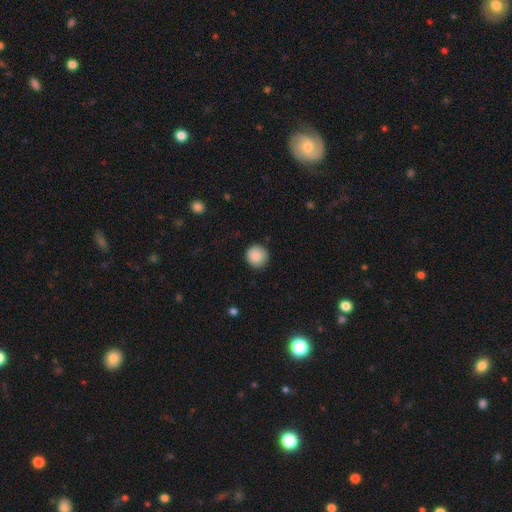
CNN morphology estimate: A smooth galaxy with no disk features (88%) that is round (95%). Merging: none (89%).